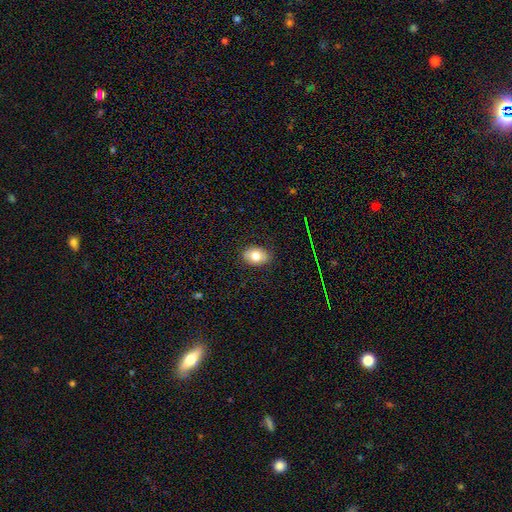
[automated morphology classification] A smooth galaxy with no disk features (76%) that is in between round and cigar-shaped (77%).

Vote fractions:
- Smooth or featured? smooth: 76% / featured or disk: 14% / star or artifact: 10%
- How rounded? in between: 77% / round: 22% / cigar-shaped: 1%
- Merging? none: 85% / minor disturbance: 11% / major disturbance: 3% / merger: 1%